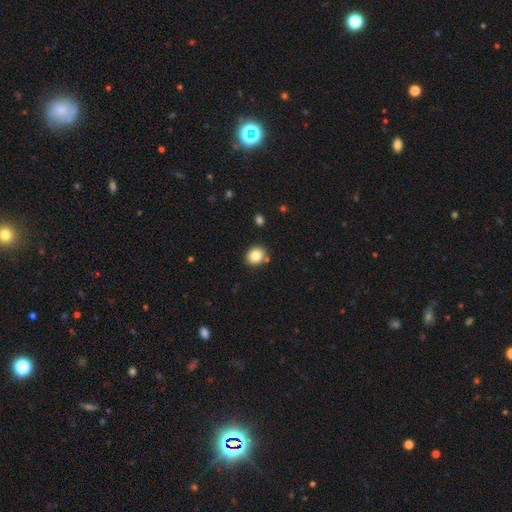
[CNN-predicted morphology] Smooth or featured?
  - smooth: 83% *
  - star or artifact: 10%
  - featured or disk: 7%
How rounded?
  - round: 73% *
  - in between: 26%
  - cigar-shaped: 1%
Merging?
  - none: 82% *
  - minor disturbance: 9%
  - merger: 6%
  - major disturbance: 2%